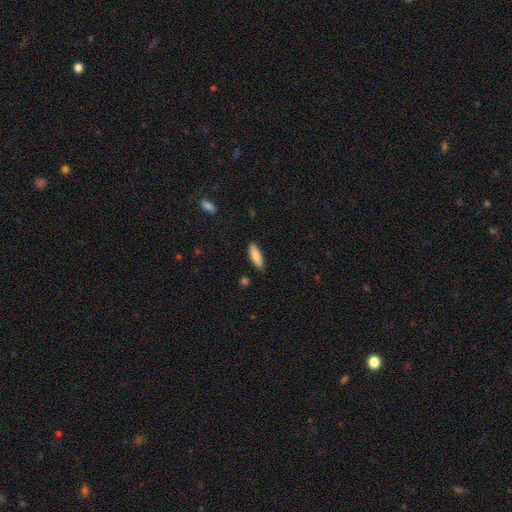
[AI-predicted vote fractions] The model was most divided on "how rounded": in between: 56%, cigar-shaped: 42%, round: 2%. More confident: merging — none (85%); smooth or featured — smooth (85%).